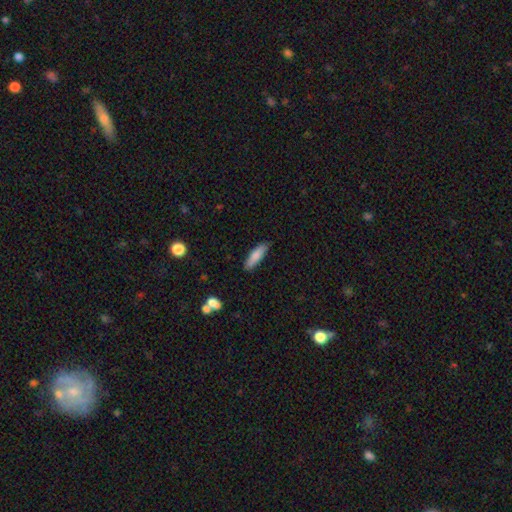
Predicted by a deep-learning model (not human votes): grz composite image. It shows a smooth galaxy with no disk features (82%) that is cigar-shaped (65%). Merging: none (83%).